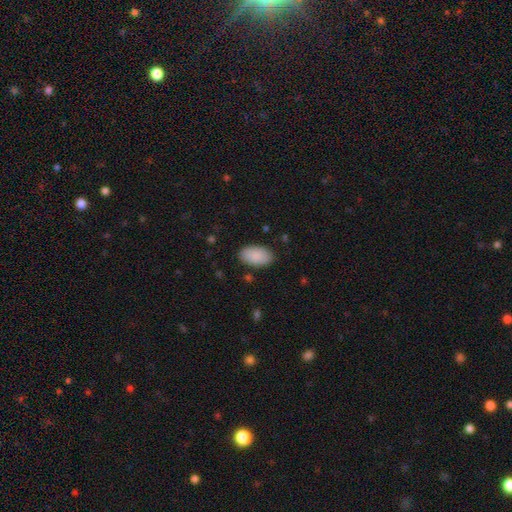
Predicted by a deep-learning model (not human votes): Smooth or featured: smooth — 90% (star or artifact — 6%)
How rounded: in between — 95% (round — 4%)
Merging: none — 87% (minor disturbance — 10%)